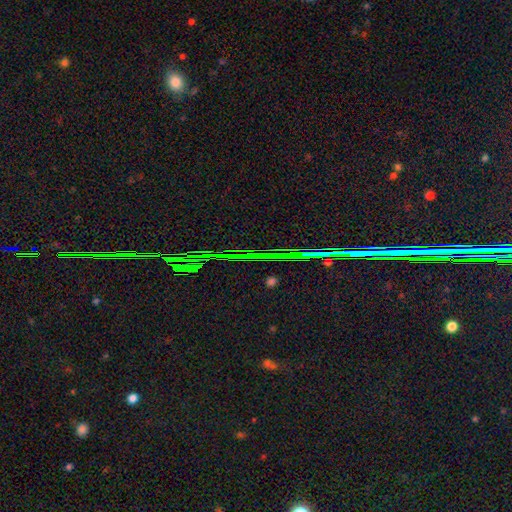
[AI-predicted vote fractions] Q: Smooth or featured?
A: star or artifact (85%); runner-up: featured or disk (8%)